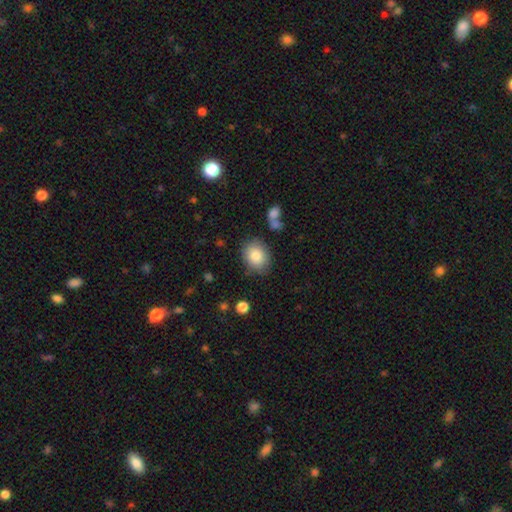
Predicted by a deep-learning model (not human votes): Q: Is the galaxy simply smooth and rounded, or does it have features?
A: smooth — 83%.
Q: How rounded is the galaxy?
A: in between — 53%.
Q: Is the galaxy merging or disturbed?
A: none — 79%.